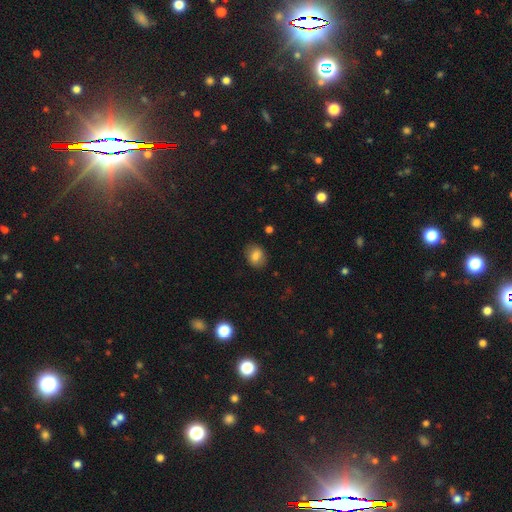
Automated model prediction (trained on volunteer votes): smooth 81%, star or artifact 10%, featured or disk 9%. Down the decision tree: how rounded — in between (56%); merging — none (83%).